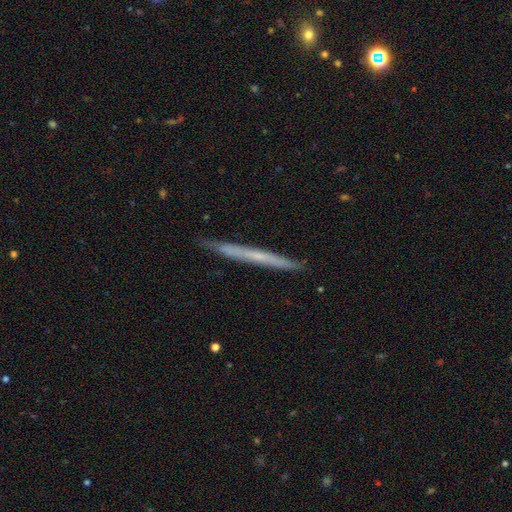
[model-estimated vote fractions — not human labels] smooth_or_featured: featured or disk (p=0.52) [alt: smooth p=0.42]
disk_edge_on: yes (p=0.96) [alt: no p=0.04]
edge_on_bulge: none (p=0.86) [alt: rounded p=0.11]
merging: none (p=0.90) [alt: minor disturbance p=0.08]